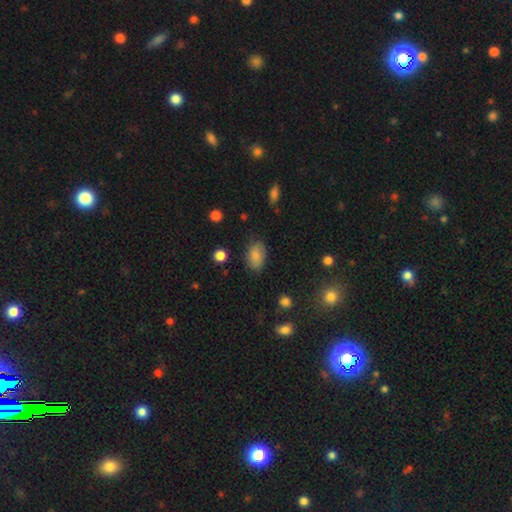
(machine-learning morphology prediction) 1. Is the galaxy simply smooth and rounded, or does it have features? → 83% smooth, 9% featured or disk, 9% star or artifact.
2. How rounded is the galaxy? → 90% in between, 8% round, 2% cigar-shaped.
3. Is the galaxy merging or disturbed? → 78% none, 16% minor disturbance, 4% major disturbance, 2% merger.